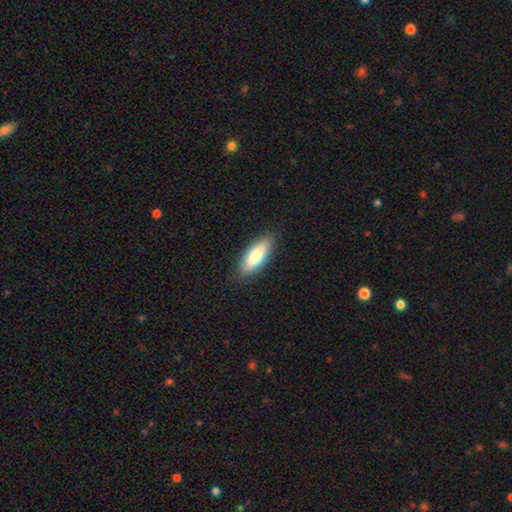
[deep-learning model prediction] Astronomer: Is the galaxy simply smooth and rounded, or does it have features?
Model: smooth — 75%.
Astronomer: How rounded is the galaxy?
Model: in between — 59% (runner-up: cigar-shaped, 39%).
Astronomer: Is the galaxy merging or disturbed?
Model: none — 87%.